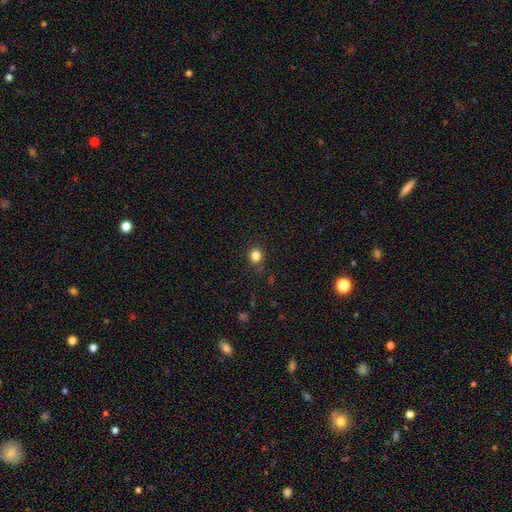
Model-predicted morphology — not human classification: Q: Smooth or featured?
A: smooth (83%); runner-up: star or artifact (13%)
Q: How rounded?
A: round (79%); runner-up: in between (20%)
Q: Merging?
A: none (86%); runner-up: minor disturbance (10%)